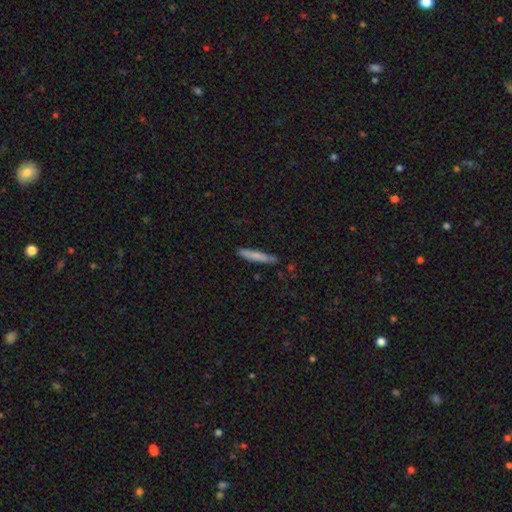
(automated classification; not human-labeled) Smooth or featured?
  - smooth: 75% *
  - featured or disk: 19%
  - star or artifact: 6%
How rounded?
  - cigar-shaped: 93% *
  - in between: 5%
  - round: 1%
Merging?
  - none: 80% *
  - minor disturbance: 15%
  - major disturbance: 2%
  - merger: 2%